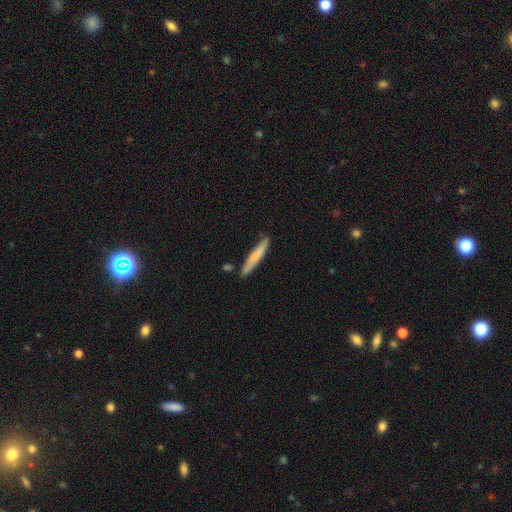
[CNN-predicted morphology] Overall: smooth (70%). How rounded: cigar-shaped (95%). Merging: none (78%).